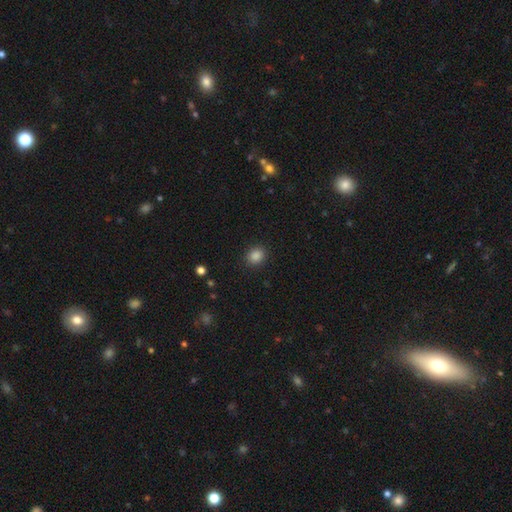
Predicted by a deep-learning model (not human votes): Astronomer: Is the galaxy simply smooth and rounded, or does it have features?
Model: smooth — 86%.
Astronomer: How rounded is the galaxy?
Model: round — 64%.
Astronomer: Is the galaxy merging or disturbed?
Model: none — 89%.